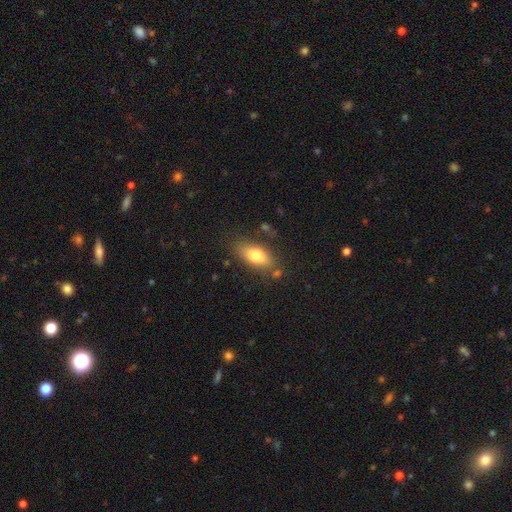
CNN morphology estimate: Smooth or featured? smooth (76%)
How rounded? in between (84%)
Merging? none (77%)